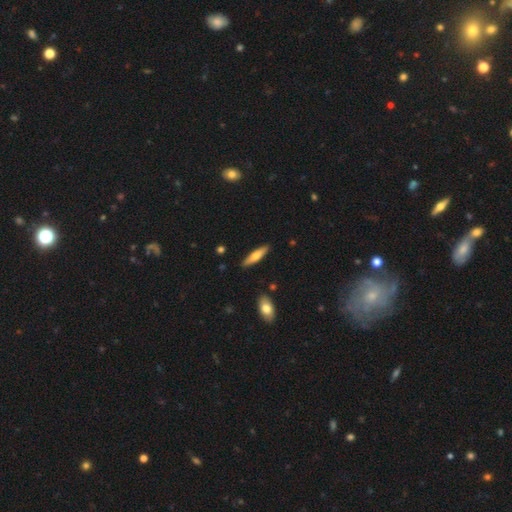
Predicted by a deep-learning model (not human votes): A smooth galaxy with no disk features (64%) that is cigar-shaped (71%). Merging: none (88%).